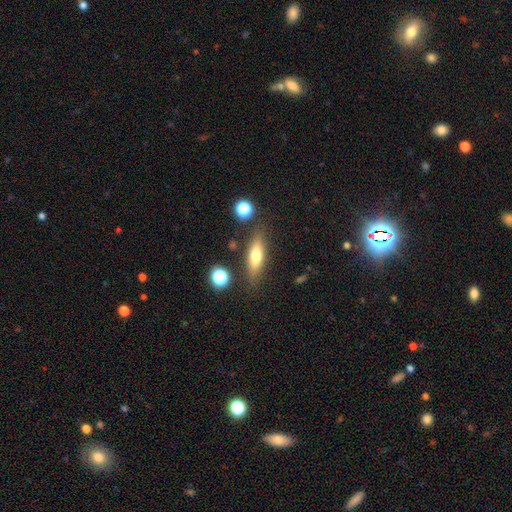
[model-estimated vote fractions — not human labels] A smooth galaxy with no disk features (61%) that is cigar-shaped (56%). Merging: none (80%).